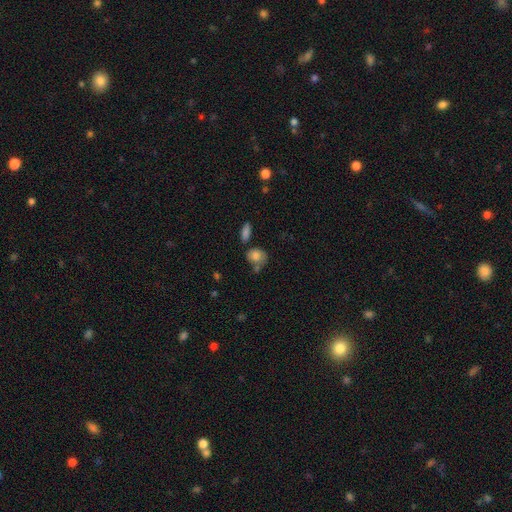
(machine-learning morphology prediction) This appears to be a smooth galaxy with no disk features (77%) that is round (50%). Merging: none (48%).